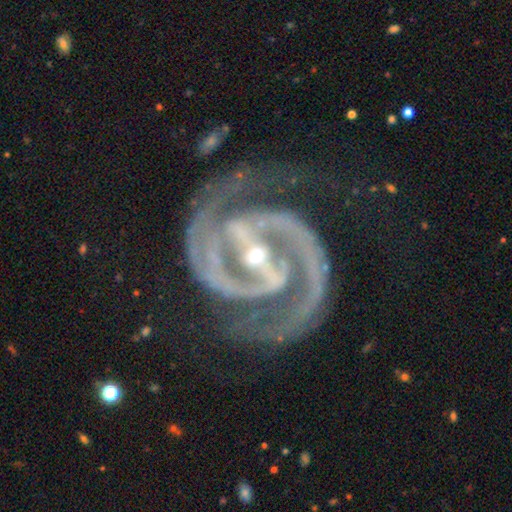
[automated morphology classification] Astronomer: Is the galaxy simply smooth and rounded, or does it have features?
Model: featured or disk — 94%.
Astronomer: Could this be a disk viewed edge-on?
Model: no — 98%.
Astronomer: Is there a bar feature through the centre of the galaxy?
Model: strong — 69%.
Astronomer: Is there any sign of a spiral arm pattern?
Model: yes — 99%.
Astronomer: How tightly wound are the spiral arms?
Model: tight — 48% (runner-up: medium, 46%).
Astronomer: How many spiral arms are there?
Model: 2 — 92%.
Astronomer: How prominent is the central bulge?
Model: small — 69%.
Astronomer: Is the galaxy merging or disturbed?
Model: none — 71%.